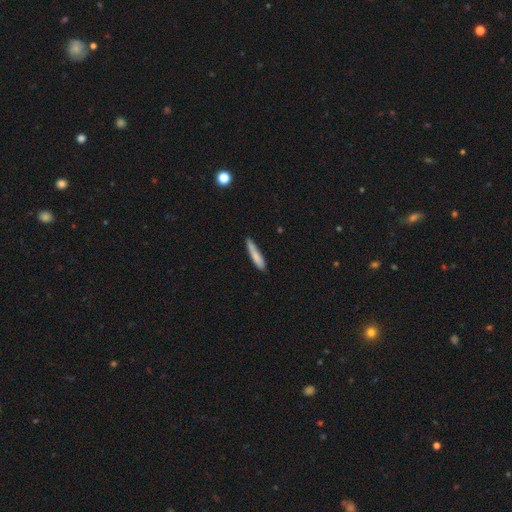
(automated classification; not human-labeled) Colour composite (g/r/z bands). It shows a smooth galaxy with no disk features (81%) that is cigar-shaped (90%). Merging: none (78%).